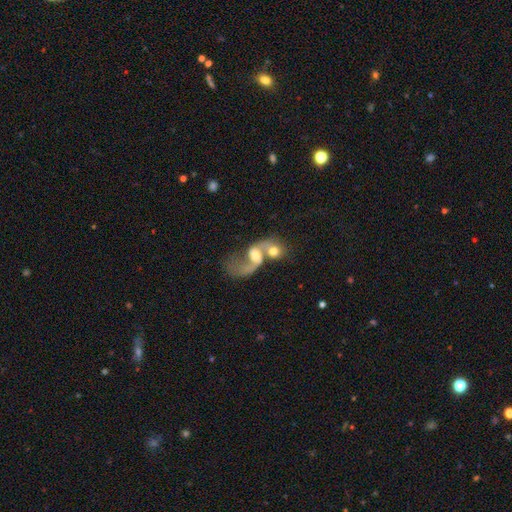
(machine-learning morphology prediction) smooth-or-featured: featured or disk: 58% | smooth: 35% | star or artifact: 8%
  disk-edge-on: no: 96% | yes: 4%
    bar: no: 60% | weak: 30% | strong: 10%
    has-spiral-arms: yes: 70% | no: 30%
    bulge-size: moderate: 55% | large: 20% | small: 17% | none: 5% | dominant: 3%
  merging: merger: 75% | major disturbance: 13% | none: 8% | minor disturbance: 4%